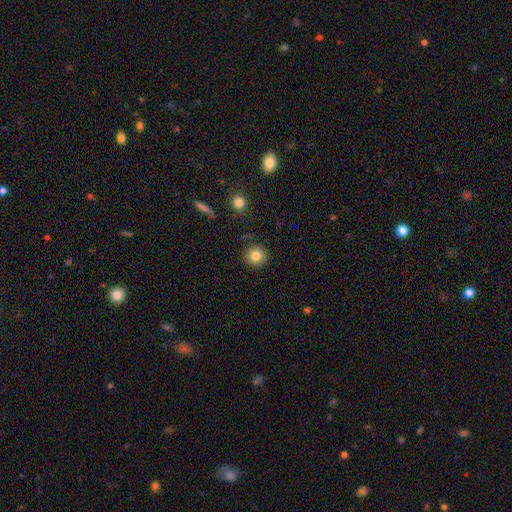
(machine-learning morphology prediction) This is clearly a smooth galaxy (83%). How rounded: clearly round (94%). Merging: clearly none (90%).